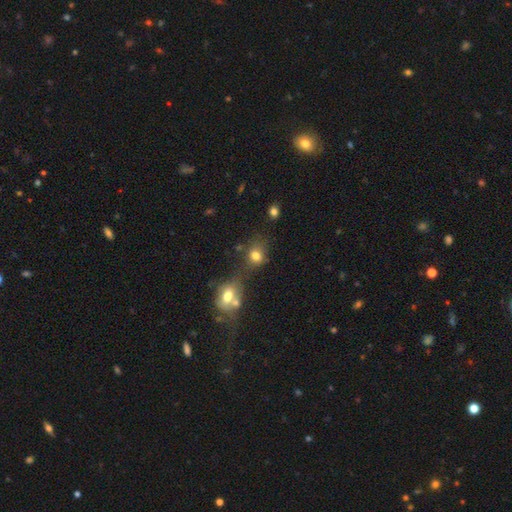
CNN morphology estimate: Smooth or featured: smooth — 77% (star or artifact — 14%)
How rounded: round — 62% (in between — 37%)
Merging: none — 52% (merger — 27%)